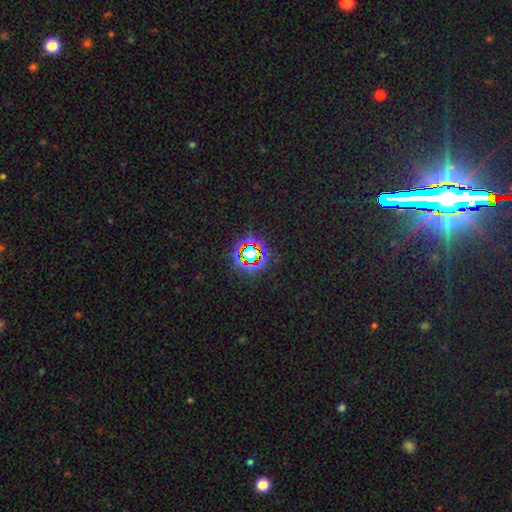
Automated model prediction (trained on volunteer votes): This is likely a star or artifact rather than a galaxy (75%).